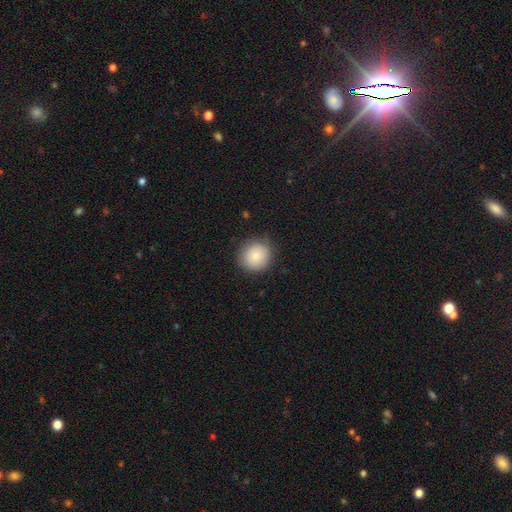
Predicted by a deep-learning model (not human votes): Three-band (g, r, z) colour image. It shows a smooth galaxy with no disk features (86%) that is round (87%). Merging: none (86%).